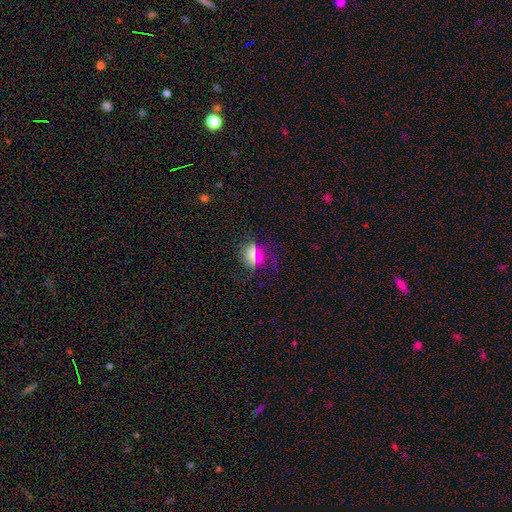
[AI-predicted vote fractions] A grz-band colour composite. It shows a smooth galaxy with no disk features (61%) that is round (57%). Merging: none (77%).